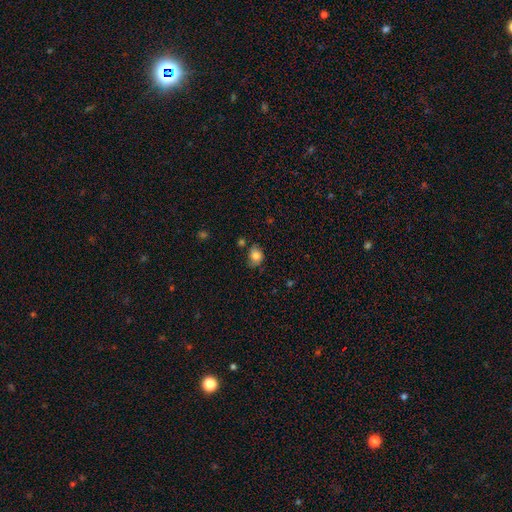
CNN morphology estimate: Smooth or featured: smooth — 77% (featured or disk — 13%)
How rounded: round — 50% (in between — 49%)
Merging: none — 59% (minor disturbance — 29%)